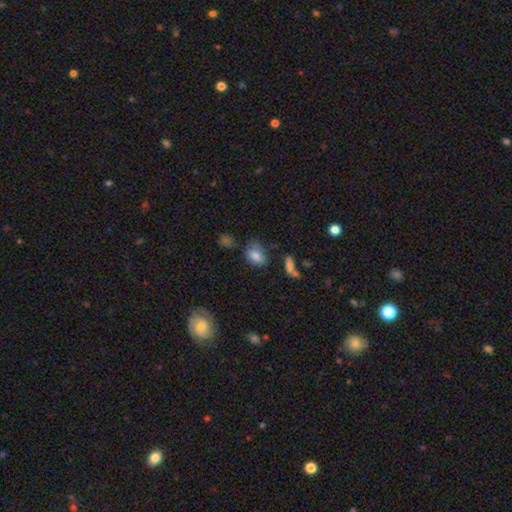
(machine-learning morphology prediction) The model was most divided on "merging": none: 54%, minor disturbance: 27%, major disturbance: 11%, merger: 8%. More confident: how rounded — in between (81%); smooth or featured — smooth (80%).